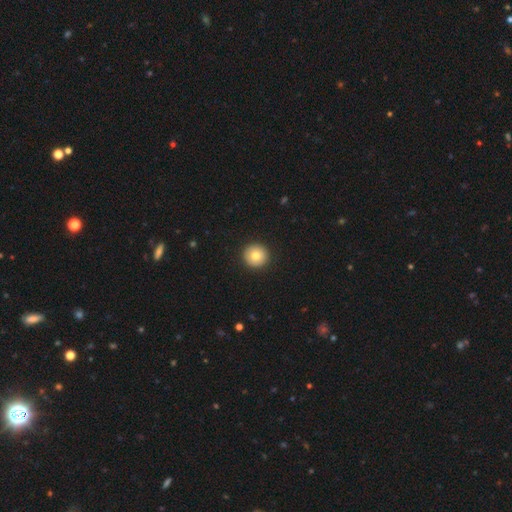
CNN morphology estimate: smooth-or-featured: smooth: 78% | featured or disk: 14% | star or artifact: 8%
  how-rounded: round: 96% | in between: 3% | cigar-shaped: 1%
  merging: none: 94% | minor disturbance: 4% | major disturbance: 1% | merger: 1%